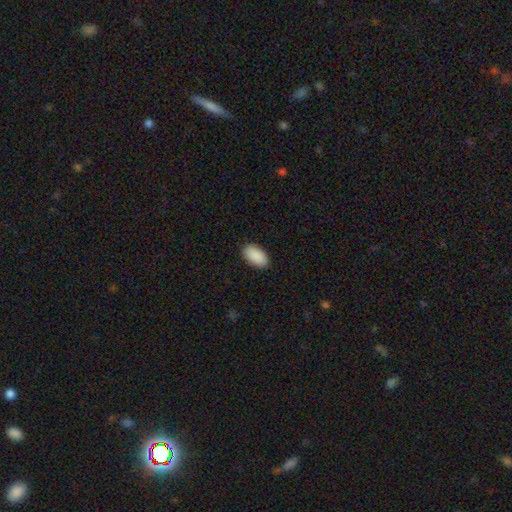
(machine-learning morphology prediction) type=smooth (92%); roundness=in between (95%); merging=none (90%).